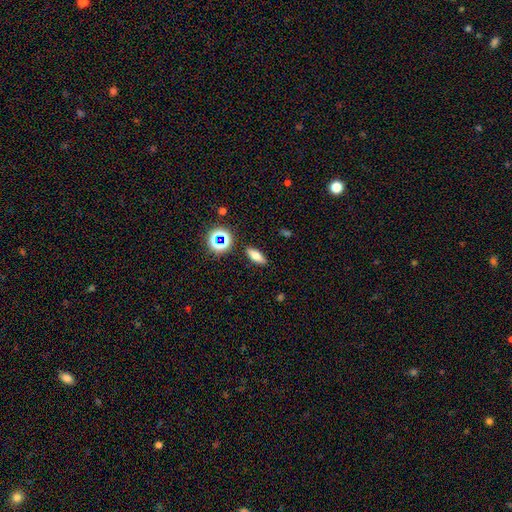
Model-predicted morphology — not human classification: Q: Smooth or featured?
A: smooth (67%); runner-up: featured or disk (17%)
Q: How rounded?
A: in between (58%); runner-up: cigar-shaped (35%)
Q: Merging?
A: none (88%); runner-up: minor disturbance (8%)